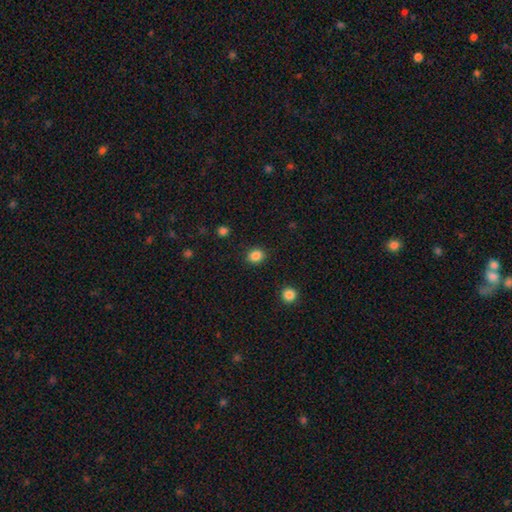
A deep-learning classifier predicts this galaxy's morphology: A smooth galaxy with no disk features (86%) that is round (70%). Merging: none (89%).